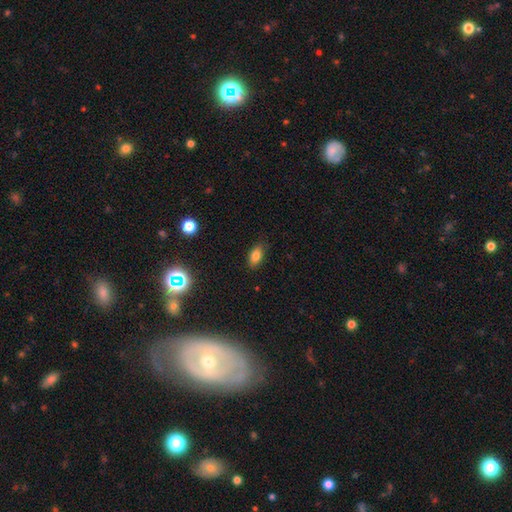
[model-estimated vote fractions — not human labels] Q: Smooth or featured?
A: smooth (80%); runner-up: star or artifact (12%)
Q: How rounded?
A: in between (88%); runner-up: round (8%)
Q: Merging?
A: none (84%); runner-up: minor disturbance (12%)